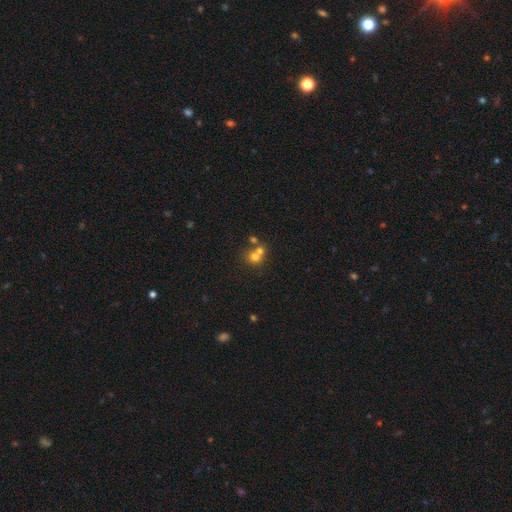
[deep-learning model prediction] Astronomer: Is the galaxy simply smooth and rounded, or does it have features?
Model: smooth — 67%.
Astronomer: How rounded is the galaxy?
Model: round — 83%.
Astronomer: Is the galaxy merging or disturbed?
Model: merger — 51% (runner-up: none, 40%).